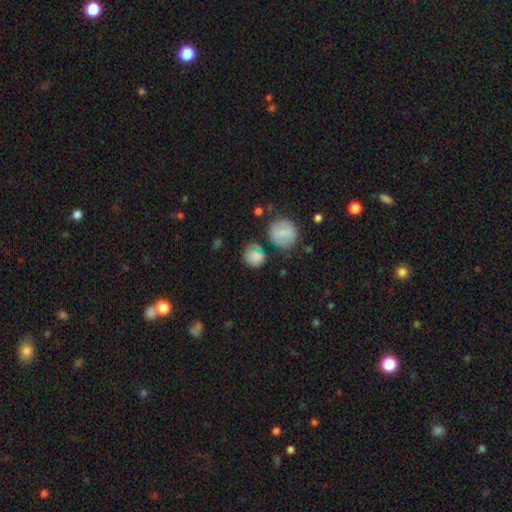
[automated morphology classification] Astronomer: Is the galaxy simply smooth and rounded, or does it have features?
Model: smooth — 80%.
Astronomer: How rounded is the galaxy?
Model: round — 82%.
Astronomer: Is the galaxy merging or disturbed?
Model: none — 68%.